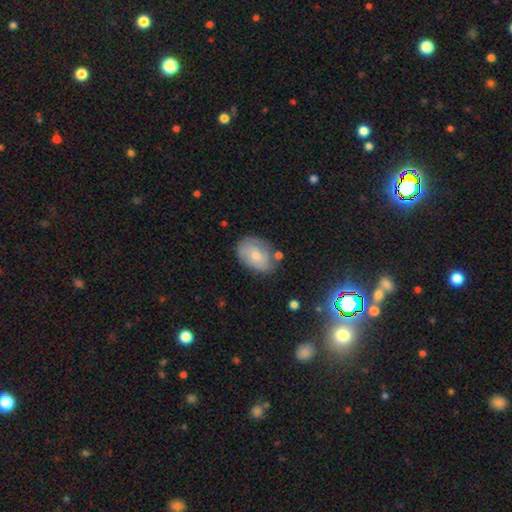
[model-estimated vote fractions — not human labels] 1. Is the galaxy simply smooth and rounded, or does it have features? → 64% smooth, 29% featured or disk, 8% star or artifact.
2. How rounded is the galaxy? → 82% in between, 16% round, 1% cigar-shaped.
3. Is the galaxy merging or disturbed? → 66% none, 23% minor disturbance, 6% major disturbance, 5% merger.